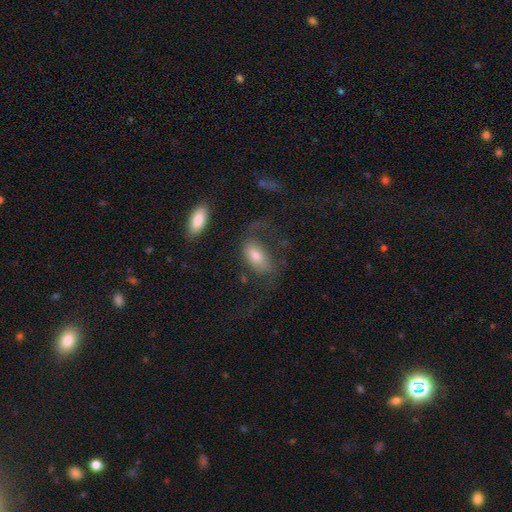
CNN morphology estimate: smooth_or_featured: smooth (p=0.58) [alt: featured or disk p=0.33]
how_rounded: in between (p=0.90) [alt: round p=0.06]
merging: major disturbance (p=0.44) [alt: none p=0.35]